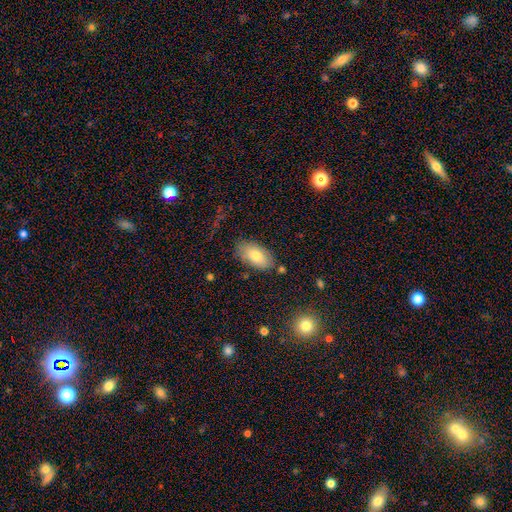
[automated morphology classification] Smooth or featured: smooth — 77% (featured or disk — 16%)
How rounded: in between — 94% (round — 4%)
Merging: none — 76% (minor disturbance — 16%)